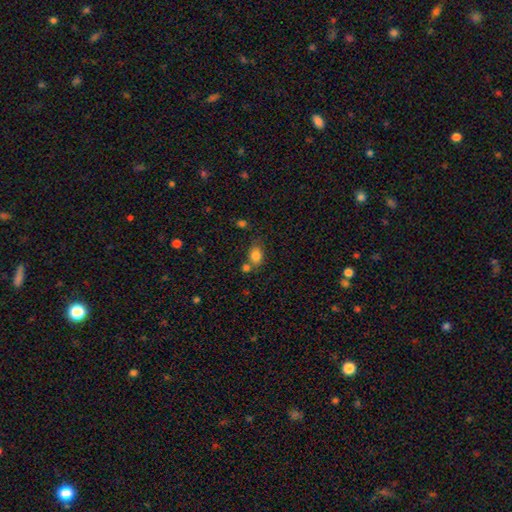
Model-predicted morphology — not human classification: This appears to be a smooth galaxy with no disk features (82%) that is in between round and cigar-shaped (67%). Merging: none (57%).